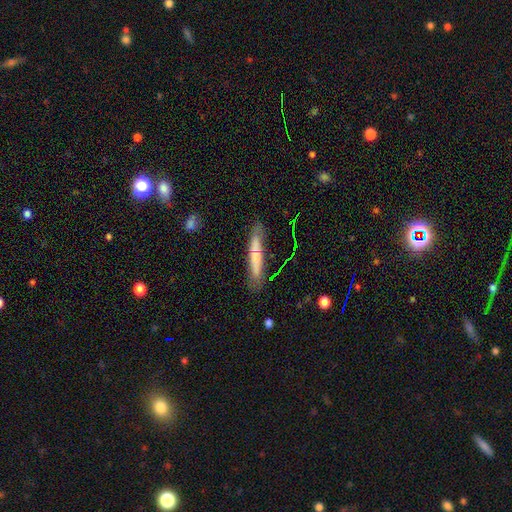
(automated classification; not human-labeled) smooth_or_featured: smooth (p=0.57) [alt: featured or disk p=0.35]
how_rounded: cigar-shaped (p=0.91) [alt: in between p=0.08]
merging: none (p=0.72) [alt: minor disturbance p=0.19]